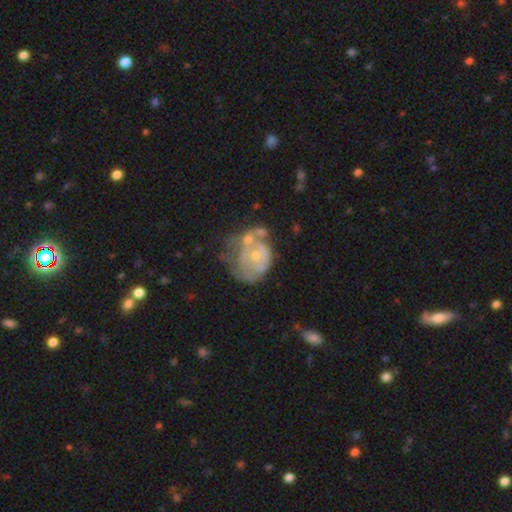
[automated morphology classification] A featured or disk galaxy (64%) with no bar (85%), no spiral arms (58%) and a small central bulge (66%). Merging: major disturbance (29%).